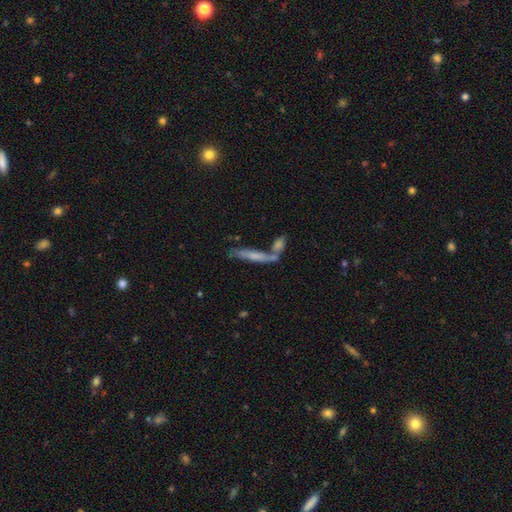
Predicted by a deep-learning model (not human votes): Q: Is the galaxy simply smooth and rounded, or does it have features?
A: smooth — 50%.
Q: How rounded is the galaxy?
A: cigar-shaped — 87%.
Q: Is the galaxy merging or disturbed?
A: none — 52%.